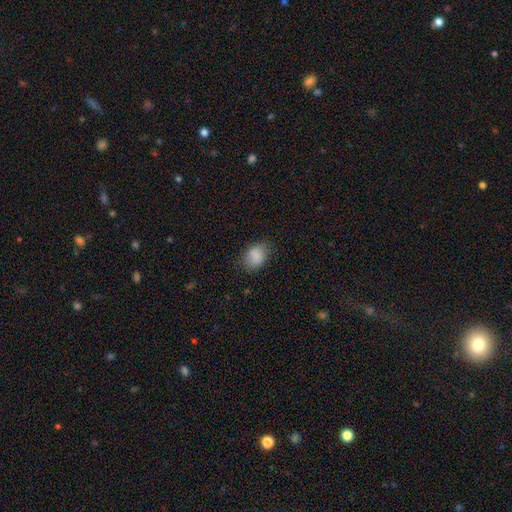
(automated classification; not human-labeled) This is clearly a smooth galaxy (86%). How rounded: likely in between (72%). Merging: likely none (76%).